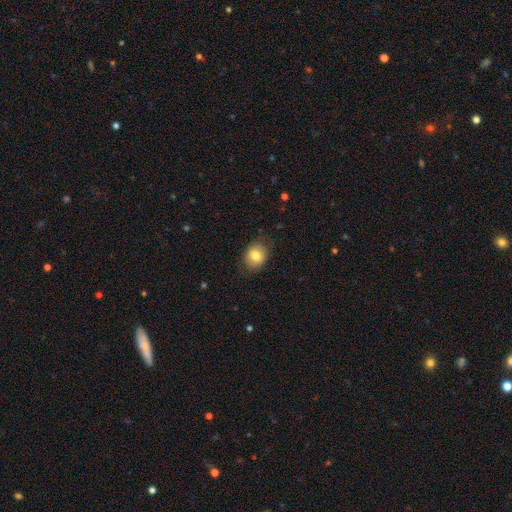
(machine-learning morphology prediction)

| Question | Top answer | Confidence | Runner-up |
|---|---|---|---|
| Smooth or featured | smooth | 78% | featured or disk (14%) |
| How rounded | round | 57% | in between (42%) |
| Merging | none | 80% | minor disturbance (15%) |